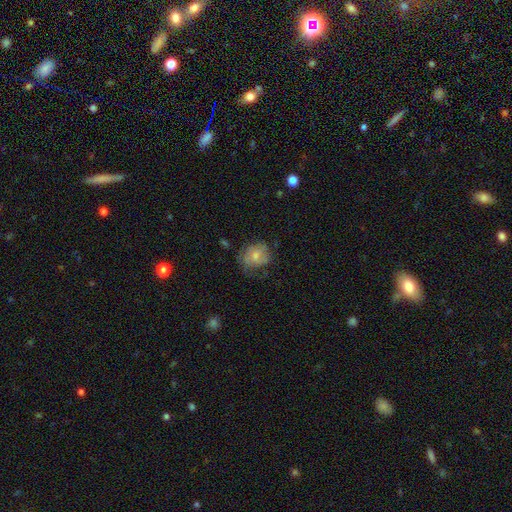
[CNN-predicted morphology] Smooth or featured? smooth (60%)
How rounded? round (62%)
Merging? none (51%)